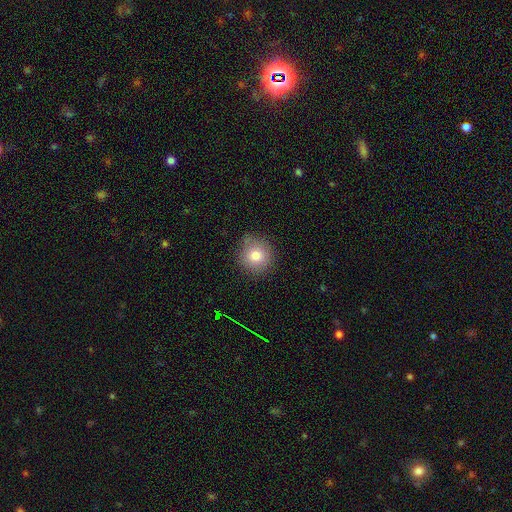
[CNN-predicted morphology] A smooth galaxy with no disk features (79%) that is round (92%).

Vote fractions:
- Smooth or featured? smooth: 79% / star or artifact: 11% / featured or disk: 10%
- How rounded? round: 92% / in between: 7% / cigar-shaped: 1%
- Merging? none: 83% / minor disturbance: 12% / major disturbance: 3% / merger: 2%